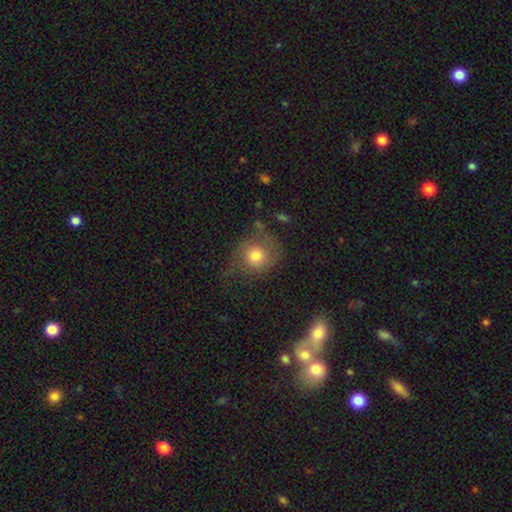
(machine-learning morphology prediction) Overall: smooth (66%). How rounded: round (81%). Merging: none (45%; minor disturbance 26%).